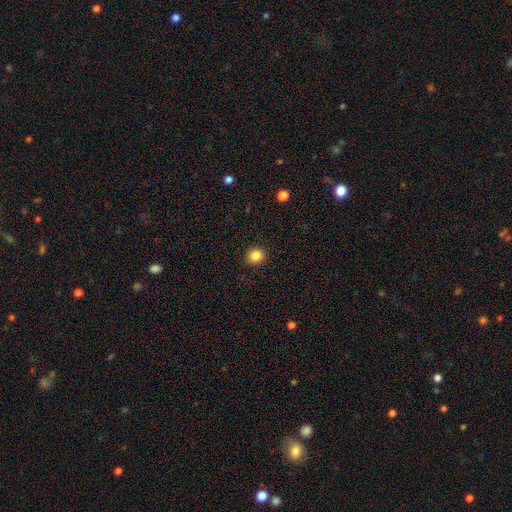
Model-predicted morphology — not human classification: smooth_or_featured: smooth (p=0.84) [alt: star or artifact p=0.11]
how_rounded: round (p=0.81) [alt: in between p=0.18]
merging: none (p=0.89) [alt: minor disturbance p=0.08]